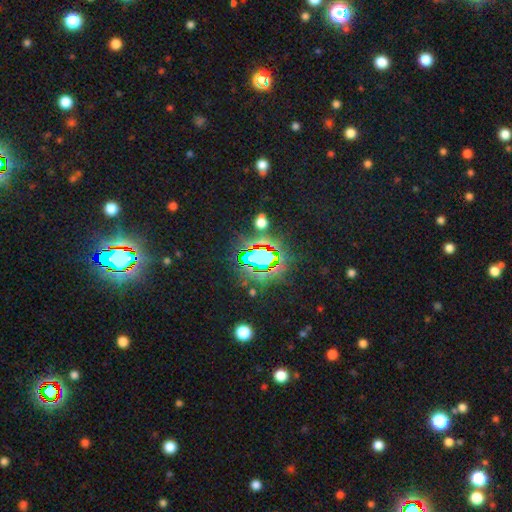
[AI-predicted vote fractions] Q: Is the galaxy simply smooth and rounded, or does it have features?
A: star or artifact — 73%.